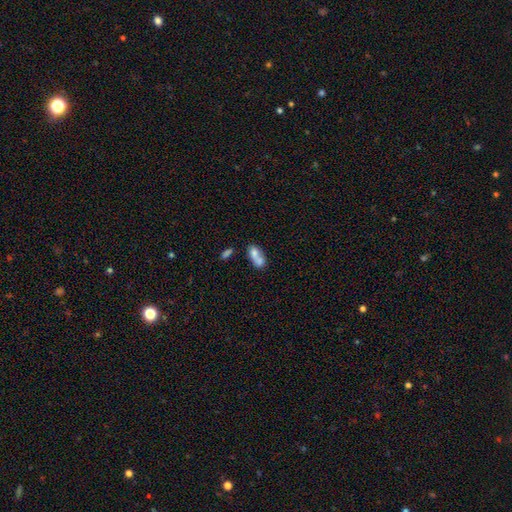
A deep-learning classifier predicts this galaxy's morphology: Smooth or featured? smooth (68%)
How rounded? in between (74%)
Merging? merger (66%)